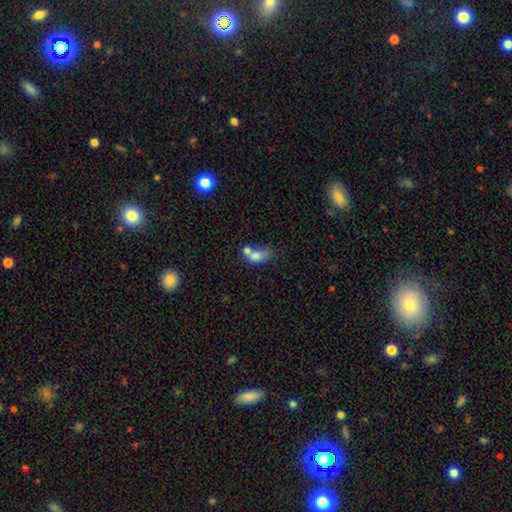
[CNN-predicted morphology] Overall: smooth (73%). How rounded: in between (79%). Merging: merger (53%; none 21%).